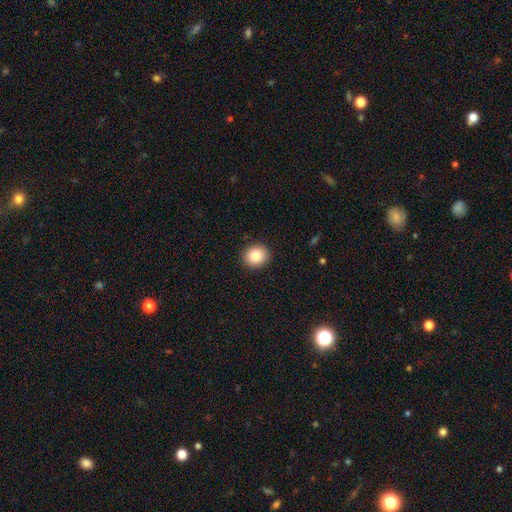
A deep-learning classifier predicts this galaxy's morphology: This appears to be a smooth galaxy with no disk features (85%) that is round (75%). Merging: none (91%).